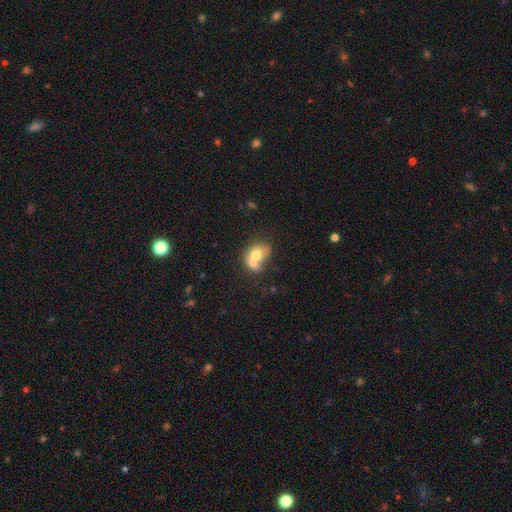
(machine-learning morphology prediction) The model was most divided on "how rounded": round: 52%, in between: 47%, cigar-shaped: 1%. More confident: smooth or featured — smooth (66%); merging — merger (65%).